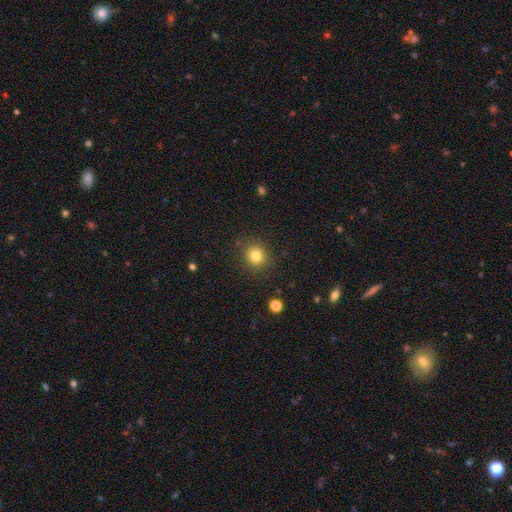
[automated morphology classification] Smooth or featured? smooth (81%)
How rounded? round (87%)
Merging? none (88%)